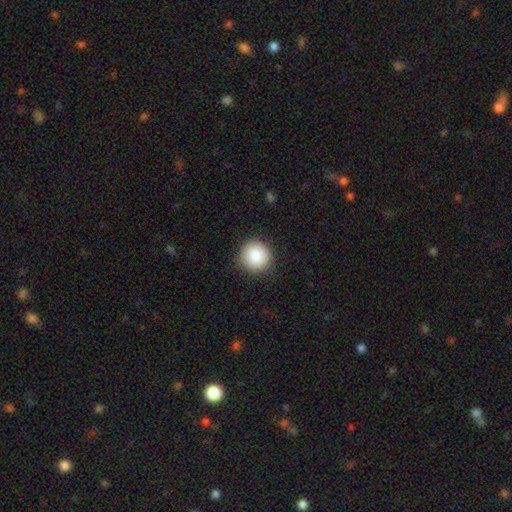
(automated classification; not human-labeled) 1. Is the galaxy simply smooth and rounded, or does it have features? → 88% smooth, 8% star or artifact, 4% featured or disk.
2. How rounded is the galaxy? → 95% round, 4% in between, 1% cigar-shaped.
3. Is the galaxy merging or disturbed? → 89% none, 8% minor disturbance, 2% major disturbance, 1% merger.